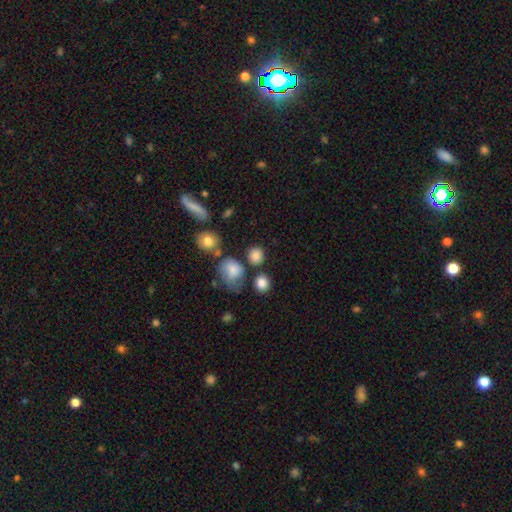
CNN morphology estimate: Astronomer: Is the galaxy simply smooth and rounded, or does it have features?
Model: smooth — 83%.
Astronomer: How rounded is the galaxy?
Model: round — 77%.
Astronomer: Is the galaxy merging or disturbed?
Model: none — 71%.